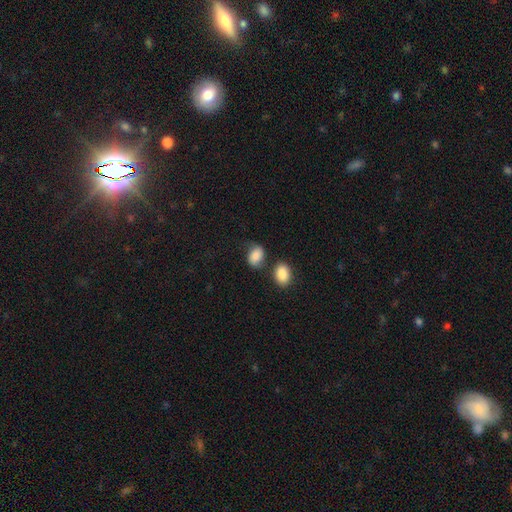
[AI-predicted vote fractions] Smooth or featured?
  - smooth: 81% *
  - featured or disk: 11%
  - star or artifact: 8%
How rounded?
  - in between: 79% *
  - round: 19%
  - cigar-shaped: 1%
Merging?
  - none: 50% *
  - minor disturbance: 24%
  - merger: 15%
  - major disturbance: 10%